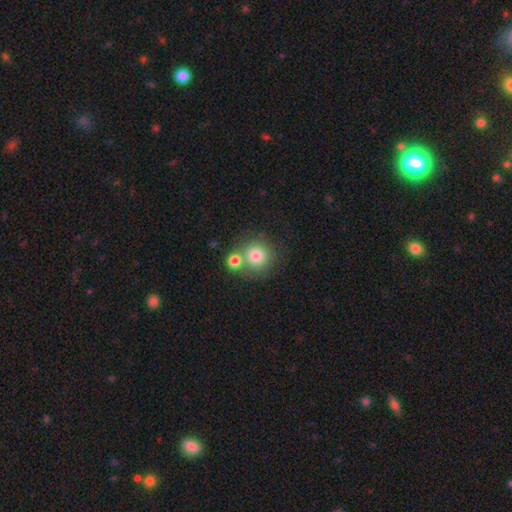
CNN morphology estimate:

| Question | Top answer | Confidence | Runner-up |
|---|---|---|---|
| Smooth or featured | smooth | 78% | star or artifact (11%) |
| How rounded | round | 92% | in between (7%) |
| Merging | none | 63% | merger (25%) |